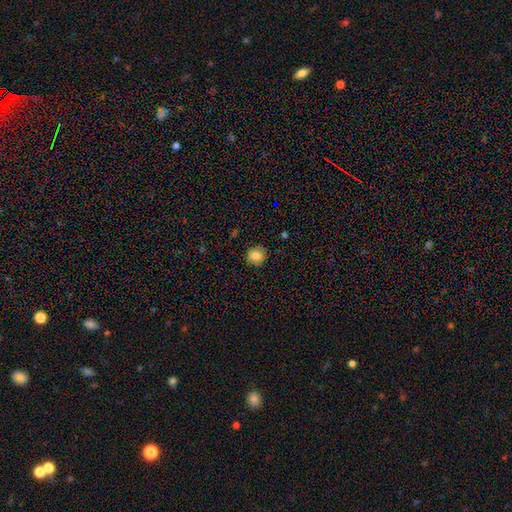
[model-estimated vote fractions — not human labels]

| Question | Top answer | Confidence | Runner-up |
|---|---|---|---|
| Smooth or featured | smooth | 83% | star or artifact (10%) |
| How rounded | round | 90% | in between (9%) |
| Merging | none | 89% | minor disturbance (8%) |